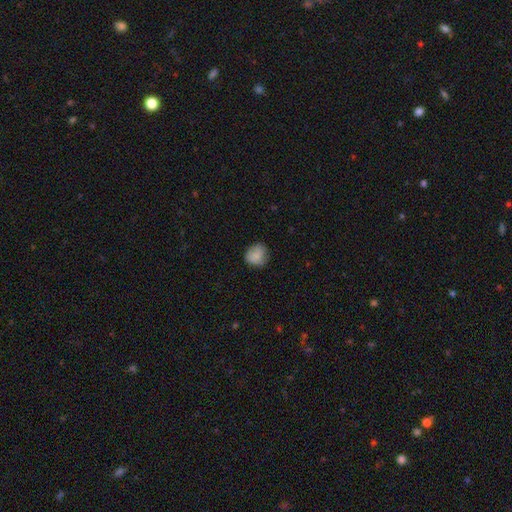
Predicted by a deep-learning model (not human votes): A smooth galaxy with no disk features (83%) that is round (80%).

Vote fractions:
- Smooth or featured? smooth: 83% / featured or disk: 9% / star or artifact: 8%
- How rounded? round: 80% / in between: 19% / cigar-shaped: 1%
- Merging? none: 74% / minor disturbance: 21% / major disturbance: 5% / merger: 1%